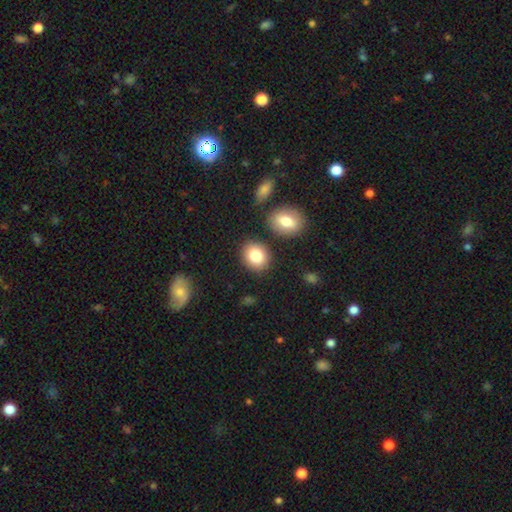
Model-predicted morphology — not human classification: This is clearly a smooth galaxy (83%). How rounded: possibly round (59%). Merging: clearly none (81%).